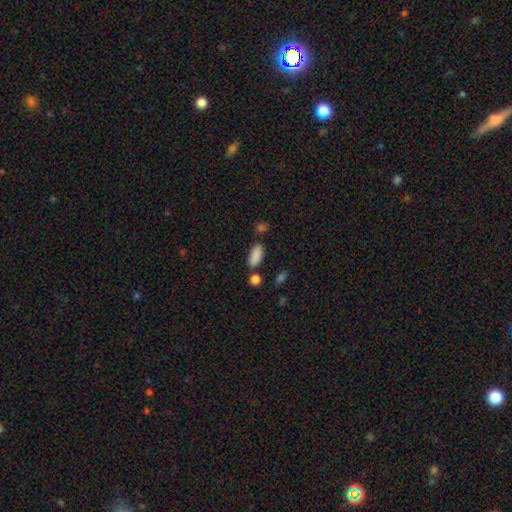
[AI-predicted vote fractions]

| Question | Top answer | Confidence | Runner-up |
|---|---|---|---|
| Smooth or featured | smooth | 88% | star or artifact (8%) |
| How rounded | in between | 79% | cigar-shaped (18%) |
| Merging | none | 76% | minor disturbance (13%) |